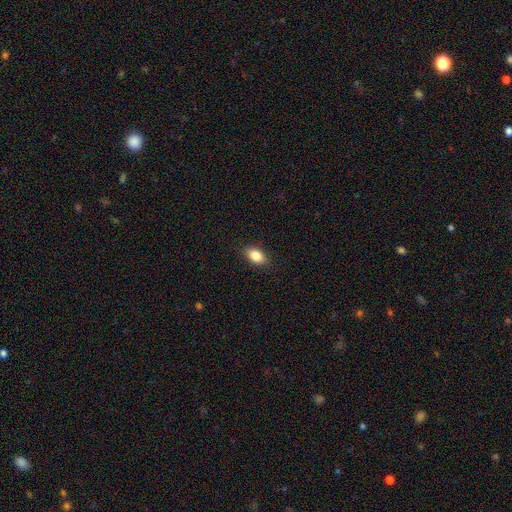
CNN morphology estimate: Smooth or featured? smooth (86%)
How rounded? in between (89%)
Merging? none (88%)